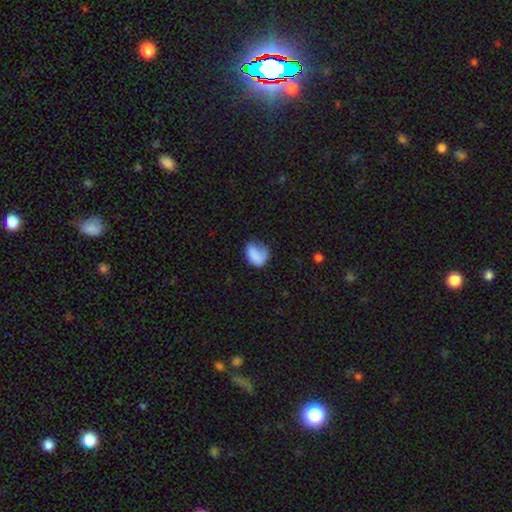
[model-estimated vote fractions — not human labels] smooth-or-featured: smooth: 76% | featured or disk: 16% | star or artifact: 8%
  how-rounded: in between: 69% | round: 30% | cigar-shaped: 1%
  merging: none: 39% | minor disturbance: 33% | major disturbance: 25% | merger: 3%